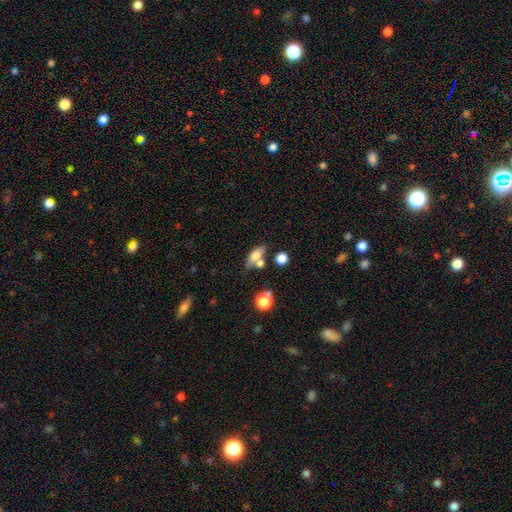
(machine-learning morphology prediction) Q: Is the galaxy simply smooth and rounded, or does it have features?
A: smooth — 69%.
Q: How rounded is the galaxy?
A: in between — 74%.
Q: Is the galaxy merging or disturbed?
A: none — 50%.